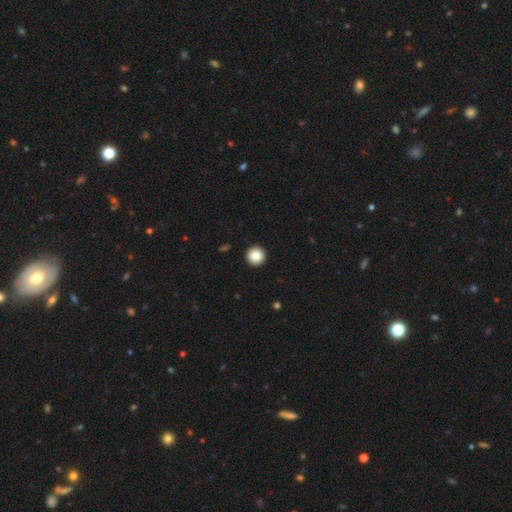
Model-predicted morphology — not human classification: Q: Smooth or featured?
A: smooth (86%); runner-up: star or artifact (9%)
Q: How rounded?
A: round (96%); runner-up: in between (3%)
Q: Merging?
A: none (94%); runner-up: minor disturbance (4%)